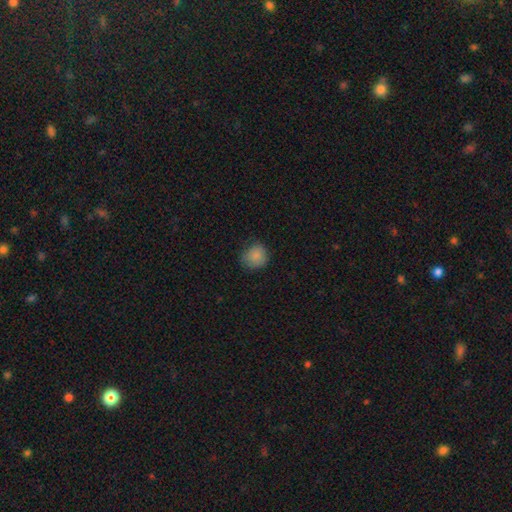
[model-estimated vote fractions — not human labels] The model was most divided on "merging": none: 75%, minor disturbance: 20%, major disturbance: 4%, merger: 1%. More confident: smooth or featured — smooth (85%); how rounded — round (85%).